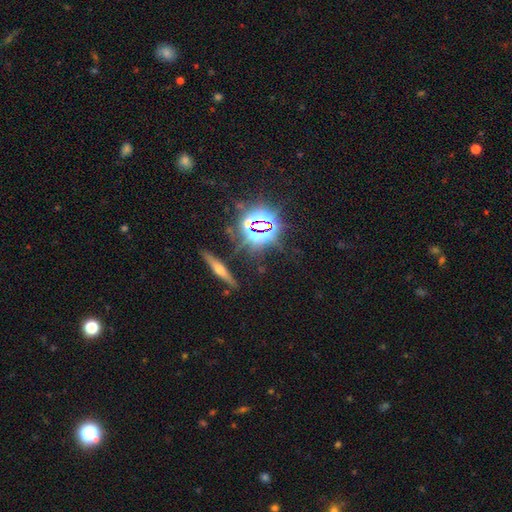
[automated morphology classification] Smooth or featured: star or artifact — 54% (featured or disk — 30%)